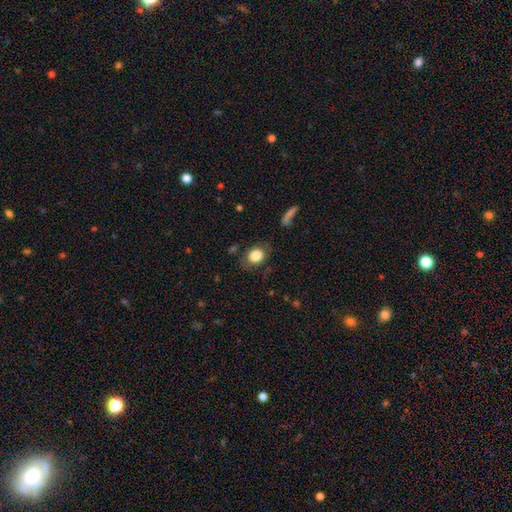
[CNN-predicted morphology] Smooth or featured? smooth (81%)
How rounded? in between (53%)
Merging? none (75%)